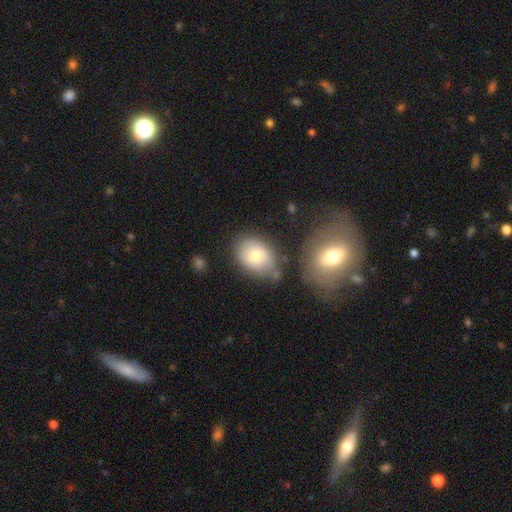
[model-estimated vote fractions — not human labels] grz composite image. It shows a smooth galaxy with no disk features (69%) that is in between round and cigar-shaped (67%). Merging: none (61%).